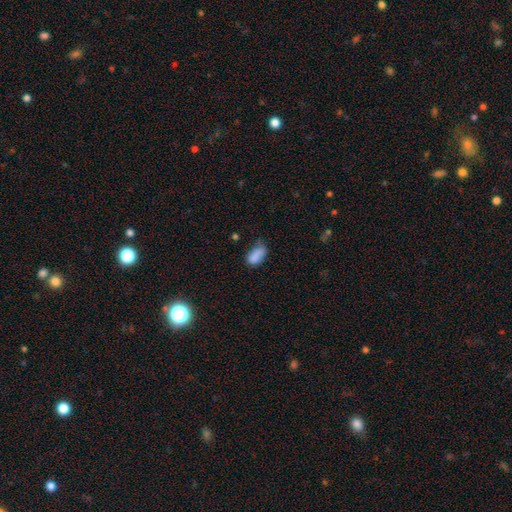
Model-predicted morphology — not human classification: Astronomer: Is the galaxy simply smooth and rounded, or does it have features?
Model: smooth — 83%.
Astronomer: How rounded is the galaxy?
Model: in between — 91%.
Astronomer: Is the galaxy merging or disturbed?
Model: none — 47% (runner-up: minor disturbance, 37%).